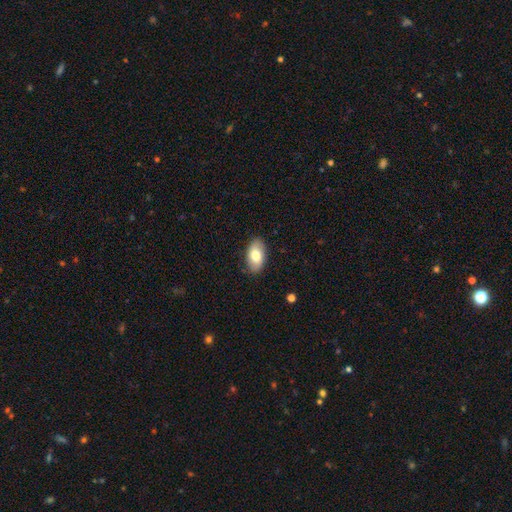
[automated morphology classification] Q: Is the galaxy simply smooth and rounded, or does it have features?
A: smooth — 76%.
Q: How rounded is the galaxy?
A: in between — 94%.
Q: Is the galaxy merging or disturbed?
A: none — 87%.